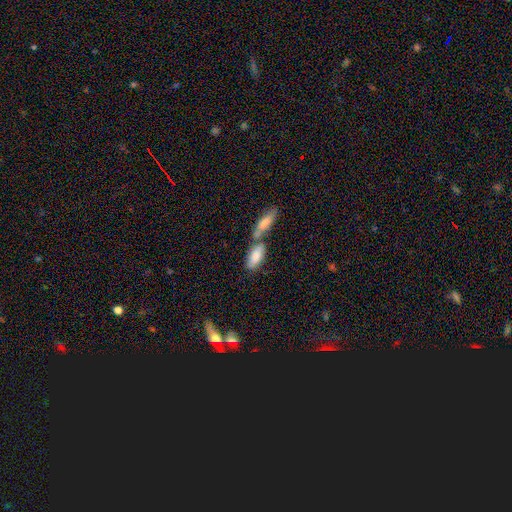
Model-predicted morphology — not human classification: Overall: smooth (78%). How rounded: in between (78%). Merging: merger (54%; none 32%).